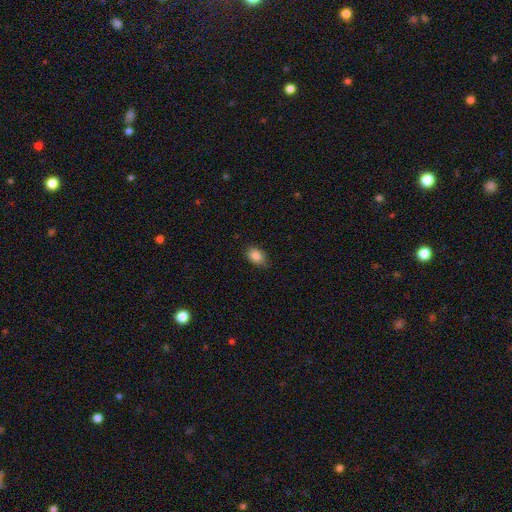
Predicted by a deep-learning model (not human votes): Smooth or featured?
  - smooth: 86% *
  - star or artifact: 9%
  - featured or disk: 6%
How rounded?
  - in between: 77% *
  - round: 22%
  - cigar-shaped: 1%
Merging?
  - none: 78% *
  - minor disturbance: 18%
  - major disturbance: 3%
  - merger: 1%